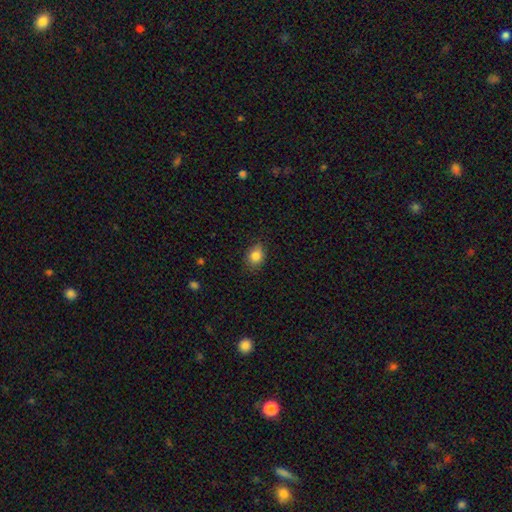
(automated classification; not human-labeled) A smooth galaxy with no disk features (84%) that is in between round and cigar-shaped (56%).

Vote fractions:
- Smooth or featured? smooth: 84% / star or artifact: 10% / featured or disk: 6%
- How rounded? in between: 56% / round: 43% / cigar-shaped: 1%
- Merging? none: 81% / minor disturbance: 15% / major disturbance: 3% / merger: 1%